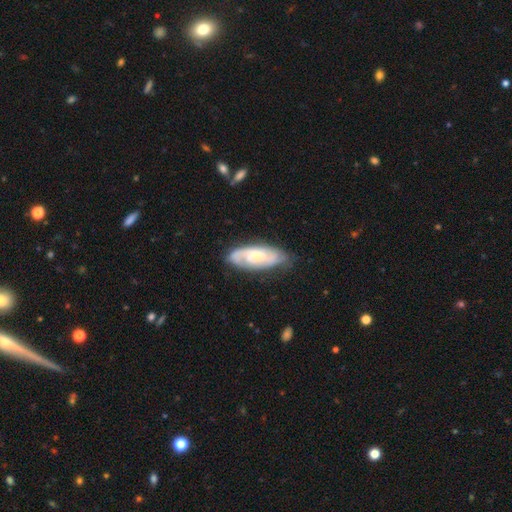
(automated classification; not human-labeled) Morphology: type=featured or disk (66%); edge-on=no (89%); bar=no (65%); spiral arms=yes (89%); winding=tight (50%); arm count=2 (48%); bulge=moderate (45%); merging=none (71%).